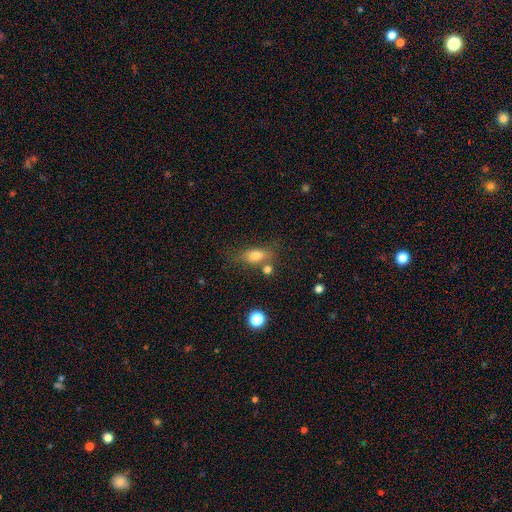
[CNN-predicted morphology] The model was most divided on "merging": none: 59%, minor disturbance: 19%, merger: 14%, major disturbance: 8%. More confident: how rounded — in between (75%); smooth or featured — smooth (73%).